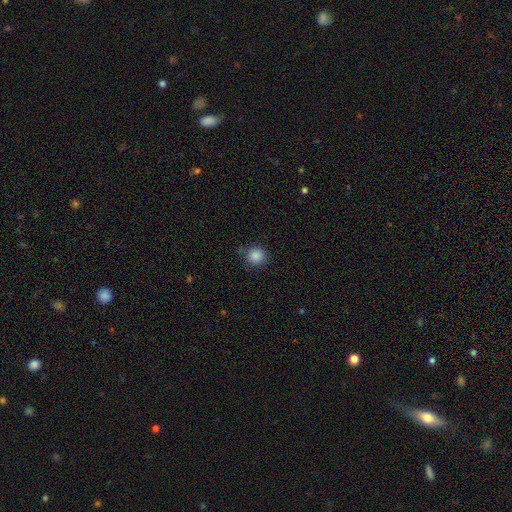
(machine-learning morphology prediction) Overall: smooth (87%). How rounded: round (89%). Merging: none (80%).